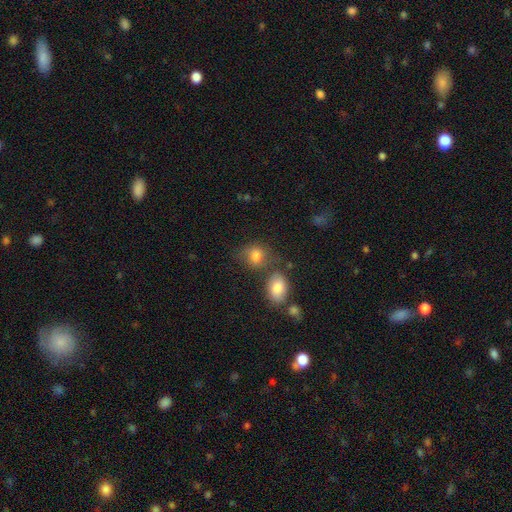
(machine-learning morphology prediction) Smooth or featured? Predicted: smooth (p=0.81). How rounded? Predicted: round (p=0.51). Merging? Predicted: none (p=0.56).